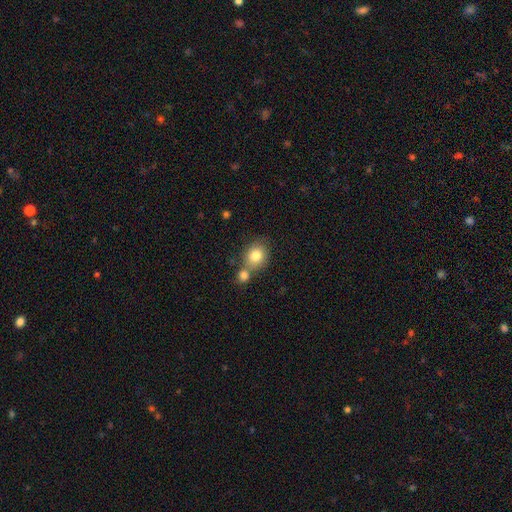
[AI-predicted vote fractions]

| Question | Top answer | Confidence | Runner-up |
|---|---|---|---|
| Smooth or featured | smooth | 81% | featured or disk (10%) |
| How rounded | round | 69% | in between (30%) |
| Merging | none | 51% | merger (36%) |